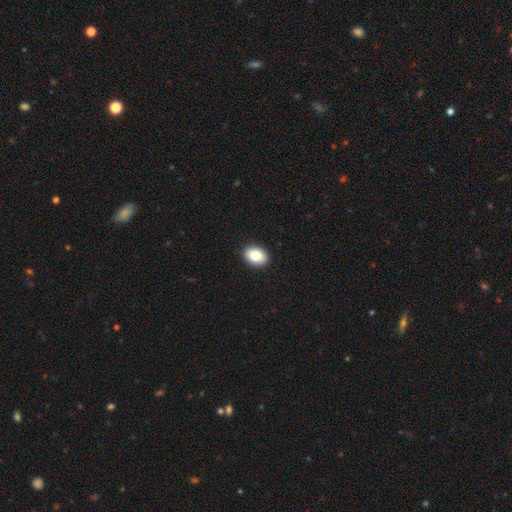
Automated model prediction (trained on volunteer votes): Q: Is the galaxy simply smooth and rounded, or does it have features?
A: smooth — 83%.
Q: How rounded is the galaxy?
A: in between — 76%.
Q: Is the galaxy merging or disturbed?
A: none — 92%.